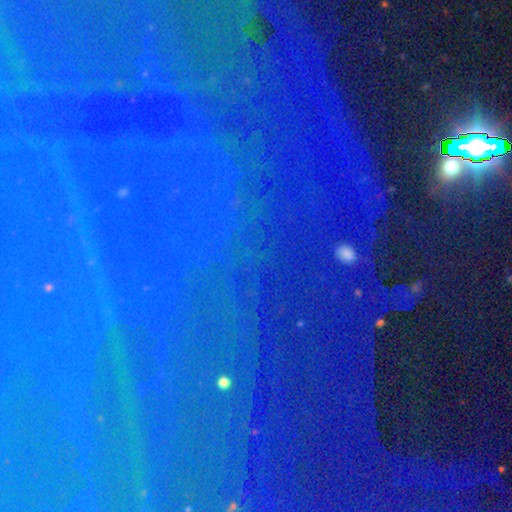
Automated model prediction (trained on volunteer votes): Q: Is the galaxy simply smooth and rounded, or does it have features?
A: star or artifact — 82%.